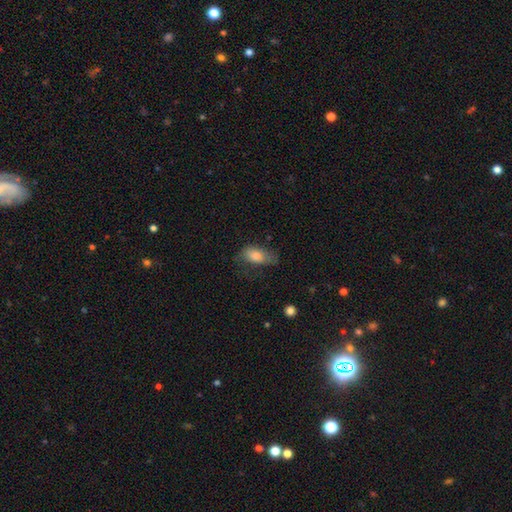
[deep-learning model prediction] smooth-or-featured: smooth: 79% | featured or disk: 13% | star or artifact: 8%
  how-rounded: in between: 88% | cigar-shaped: 7% | round: 5%
  merging: none: 48% | minor disturbance: 31% | major disturbance: 19% | merger: 2%